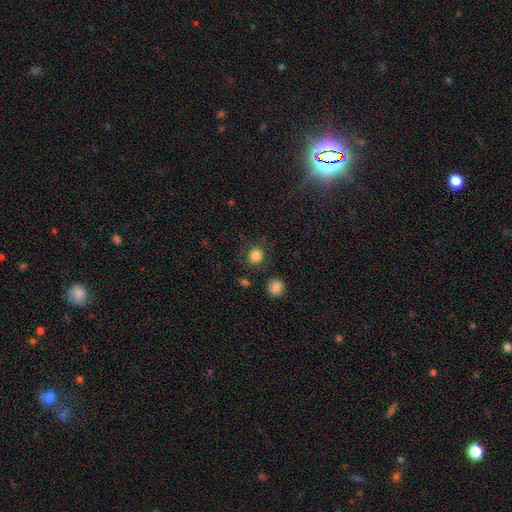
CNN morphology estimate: Smooth or featured?
  - smooth: 84% *
  - star or artifact: 11%
  - featured or disk: 5%
How rounded?
  - round: 83% *
  - in between: 16%
  - cigar-shaped: 1%
Merging?
  - none: 80% *
  - minor disturbance: 12%
  - major disturbance: 5%
  - merger: 4%